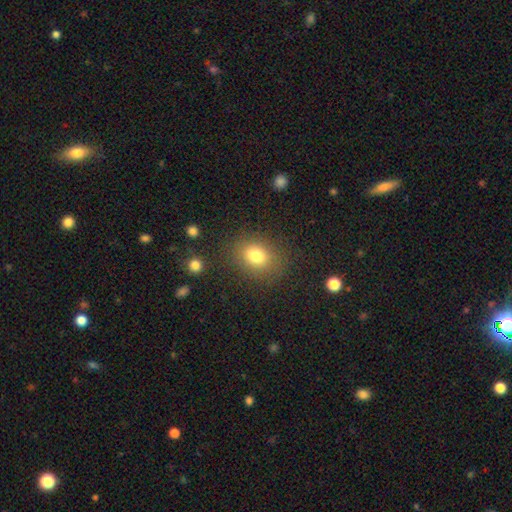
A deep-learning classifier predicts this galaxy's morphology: This is likely a smooth galaxy (78%). How rounded: possibly in between (53%). Merging: clearly none (81%).